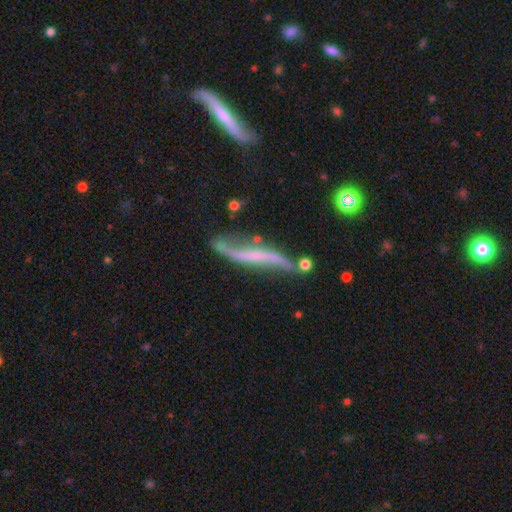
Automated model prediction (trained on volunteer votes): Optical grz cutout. It shows a featured or disk galaxy (82%) with no bar (37%), spiral arms (91%) and a small central bulge (57%). Merging: none (56%).